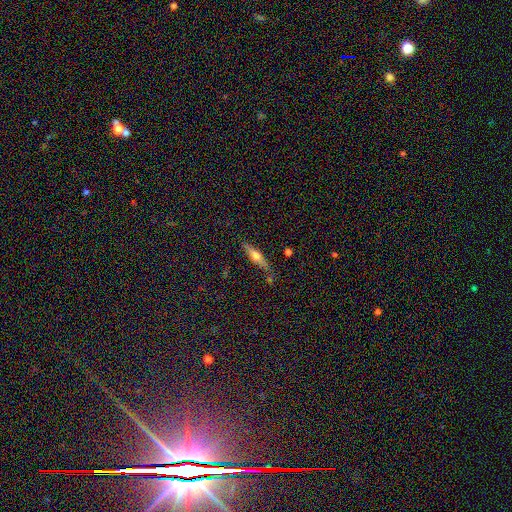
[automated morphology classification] A featured or disk galaxy (56%) viewed edge-on (93%) with a rounded central bulge (92%). Merging: none (78%).